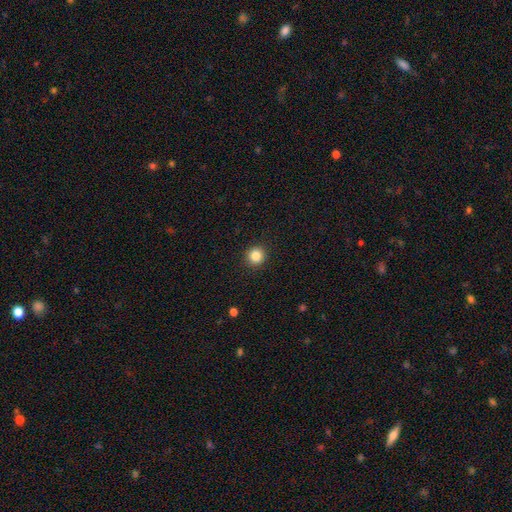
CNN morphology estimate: smooth 85%, star or artifact 11%, featured or disk 4%. Down the decision tree: how rounded — round (94%); merging — none (92%).